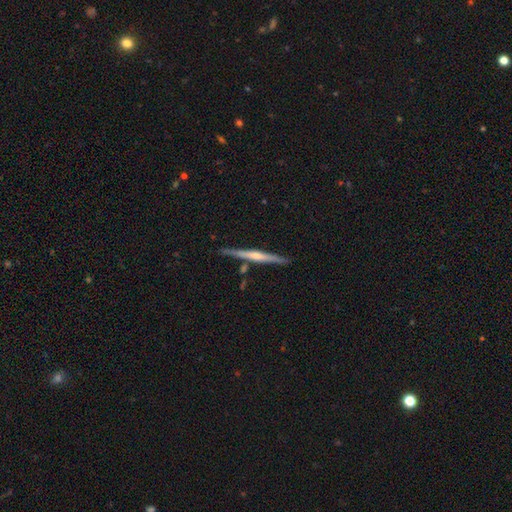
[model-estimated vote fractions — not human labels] The model was most divided on "edge-on bulge": rounded: 67%, none: 23%, boxy: 10%. More confident: edge-on disk — yes (98%); merging — none (84%); smooth or featured — featured or disk (72%).